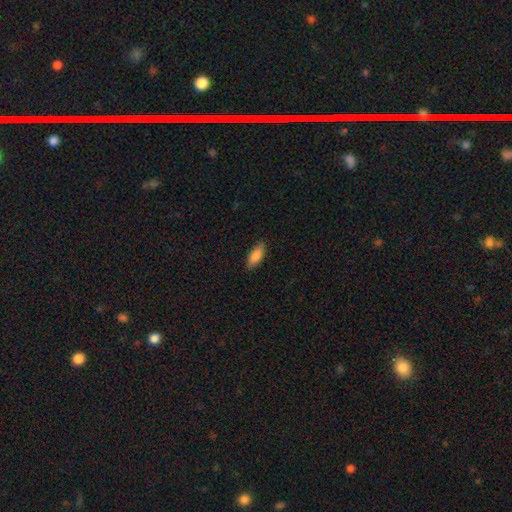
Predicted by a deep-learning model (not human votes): This appears to be a smooth galaxy with no disk features (86%) that is in between round and cigar-shaped (79%). Merging: none (86%).